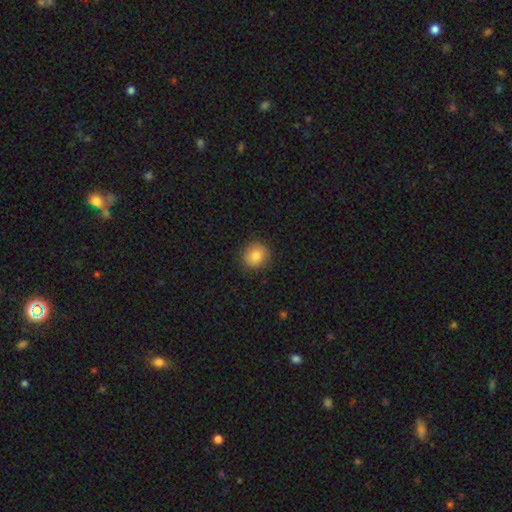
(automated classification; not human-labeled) Q: Smooth or featured?
A: smooth (83%); runner-up: star or artifact (9%)
Q: How rounded?
A: round (82%); runner-up: in between (17%)
Q: Merging?
A: none (87%); runner-up: minor disturbance (9%)